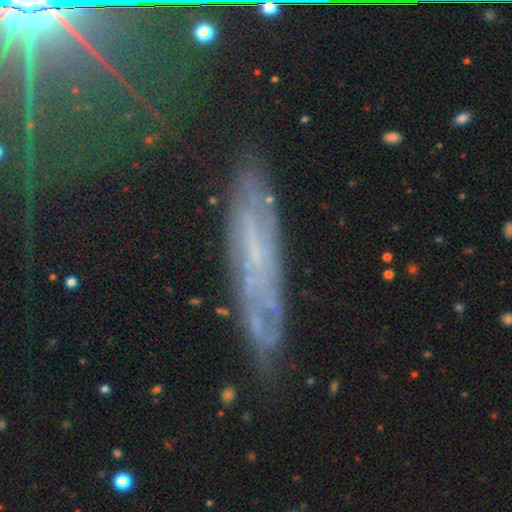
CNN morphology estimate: Smooth or featured? Predicted: featured or disk (p=0.59). Edge-on disk? Predicted: yes (p=0.62). Merging? Predicted: none (p=0.78).